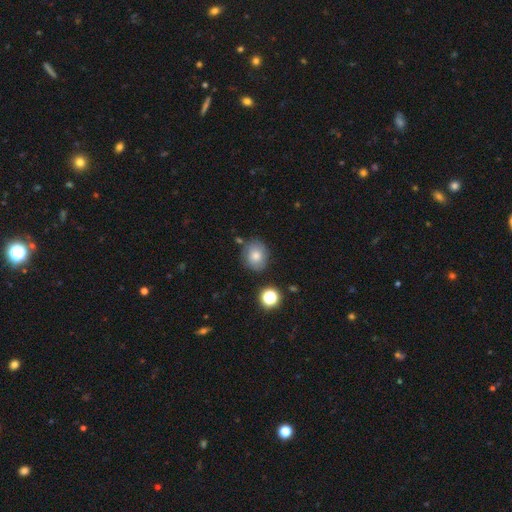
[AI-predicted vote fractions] smooth 76%, featured or disk 13%, star or artifact 11%. Down the decision tree: how rounded — round (72%); merging — none (77%).